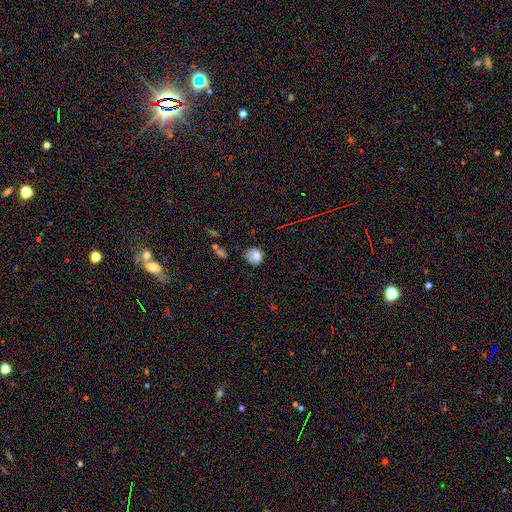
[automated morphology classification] A smooth galaxy with no disk features (76%) that is round (72%).

Vote fractions:
- Smooth or featured? smooth: 76% / star or artifact: 16% / featured or disk: 9%
- How rounded? round: 72% / in between: 26% / cigar-shaped: 1%
- Merging? none: 60% / minor disturbance: 28% / major disturbance: 8% / merger: 4%